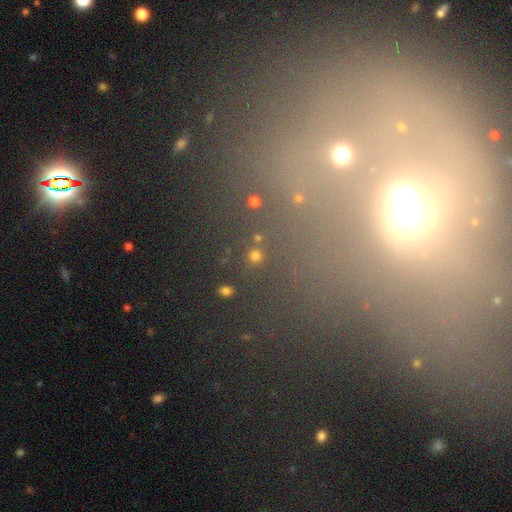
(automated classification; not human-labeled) Morphology: type=star or artifact (64%).